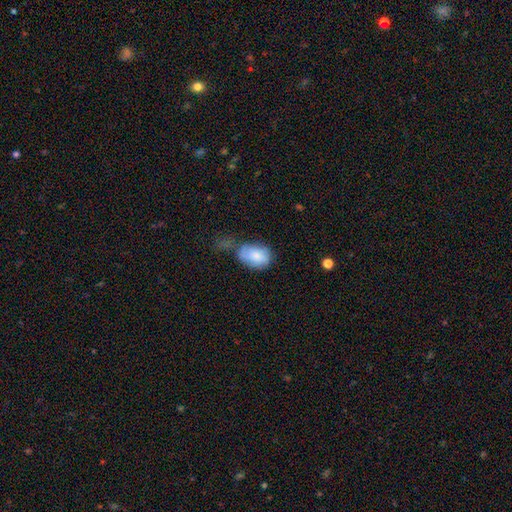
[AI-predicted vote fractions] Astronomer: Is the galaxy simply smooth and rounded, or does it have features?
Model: smooth — 76%.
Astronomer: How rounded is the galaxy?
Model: in between — 83%.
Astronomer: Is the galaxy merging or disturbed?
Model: minor disturbance — 33% (runner-up: none, 29%).